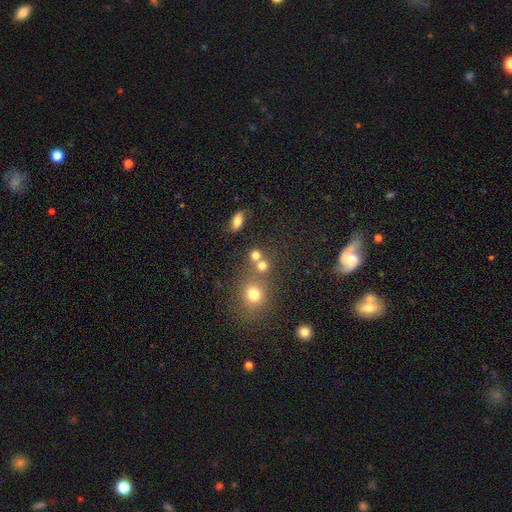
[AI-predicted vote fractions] This appears to be a smooth galaxy with no disk features (74%) that is round (83%). Merging: none (58%).